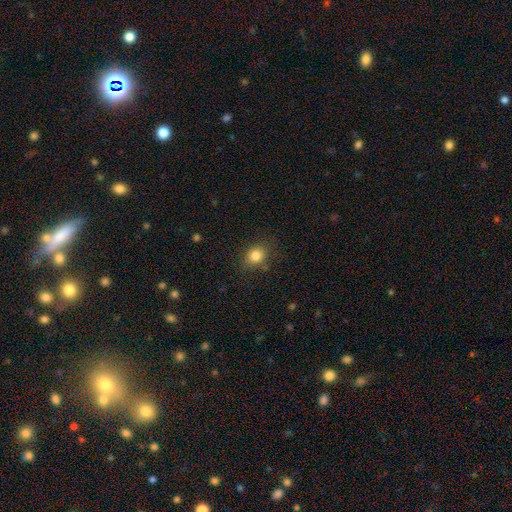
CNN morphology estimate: smooth-or-featured: smooth: 83% | star or artifact: 11% | featured or disk: 7%
  how-rounded: round: 52% | in between: 47% | cigar-shaped: 1%
  merging: none: 80% | minor disturbance: 14% | major disturbance: 4% | merger: 2%